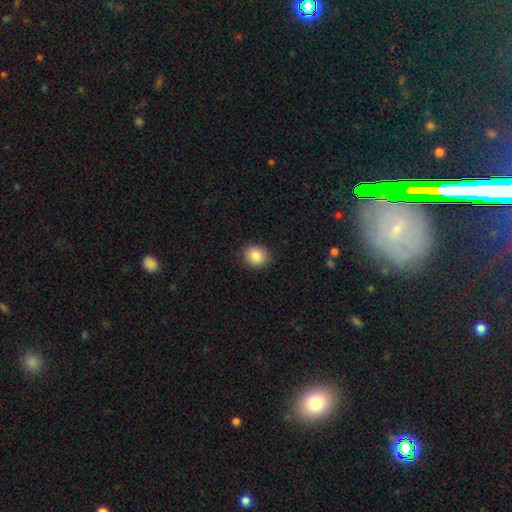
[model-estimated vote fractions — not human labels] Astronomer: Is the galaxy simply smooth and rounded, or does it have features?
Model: smooth — 86%.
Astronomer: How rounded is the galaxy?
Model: round — 77%.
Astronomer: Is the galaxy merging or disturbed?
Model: none — 89%.